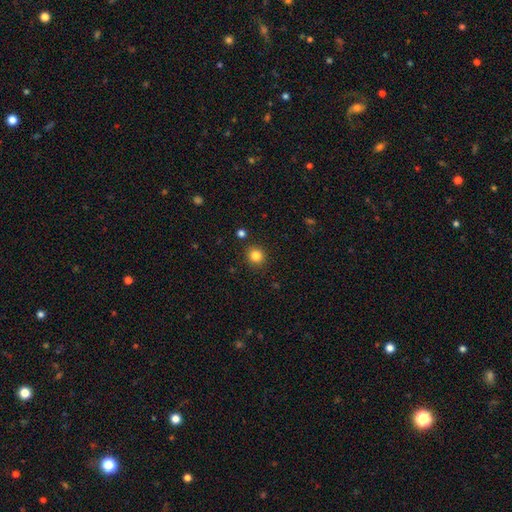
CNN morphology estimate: This appears to be a smooth galaxy with no disk features (83%) that is round (87%). Merging: none (89%).